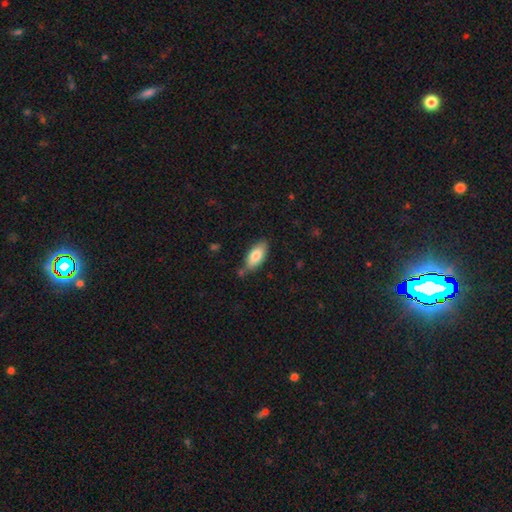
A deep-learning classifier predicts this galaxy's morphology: Q: Smooth or featured?
A: smooth (81%); runner-up: featured or disk (13%)
Q: How rounded?
A: in between (86%); runner-up: cigar-shaped (12%)
Q: Merging?
A: none (76%); runner-up: minor disturbance (16%)